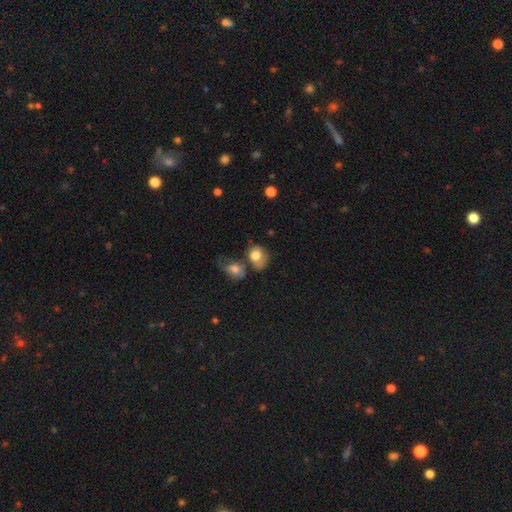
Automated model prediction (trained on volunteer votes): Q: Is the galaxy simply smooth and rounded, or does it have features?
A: smooth — 76%.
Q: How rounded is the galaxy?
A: in between — 54%.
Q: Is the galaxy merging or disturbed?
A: merger — 35%.